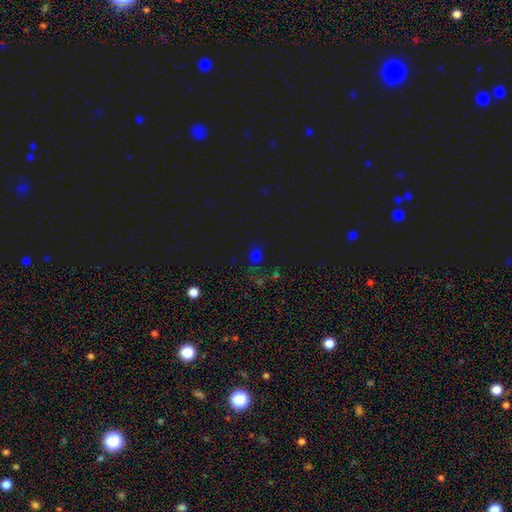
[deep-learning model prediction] Smooth or featured?
  - smooth: 52% *
  - star or artifact: 43%
  - featured or disk: 6%
How rounded?
  - round: 58% *
  - in between: 40%
  - cigar-shaped: 2%
Merging?
  - none: 66% *
  - minor disturbance: 16%
  - merger: 9%
  - major disturbance: 9%